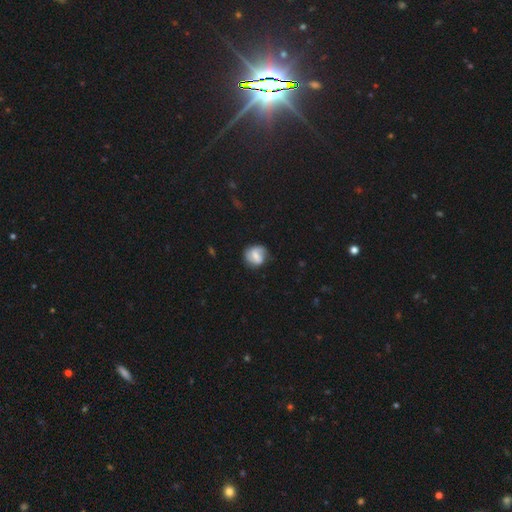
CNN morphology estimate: This is possibly a featured or disk galaxy (51%). It is clearly not viewed edge-on (97%). Merging: likely none (67%).